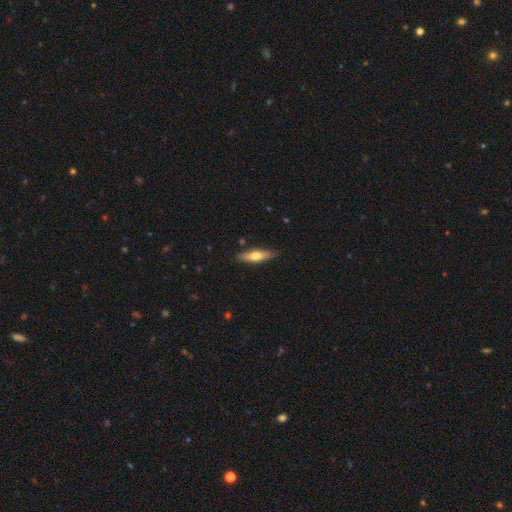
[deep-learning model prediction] A smooth galaxy with no disk features (60%) that is cigar-shaped (64%). Merging: none (85%).